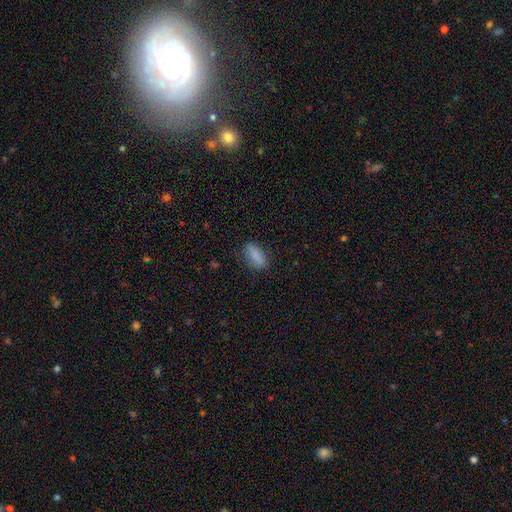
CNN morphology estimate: smooth_or_featured: smooth (p=0.84) [alt: star or artifact p=0.08]
how_rounded: in between (p=0.87) [alt: cigar-shaped p=0.09]
merging: none (p=0.78) [alt: minor disturbance p=0.16]